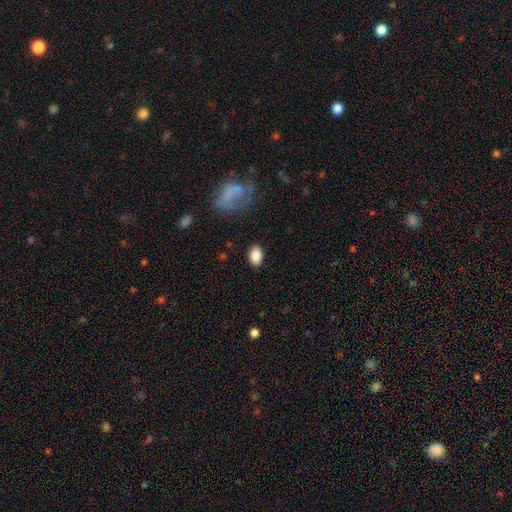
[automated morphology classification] Overall: smooth (88%). How rounded: in between (87%). Merging: none (87%).